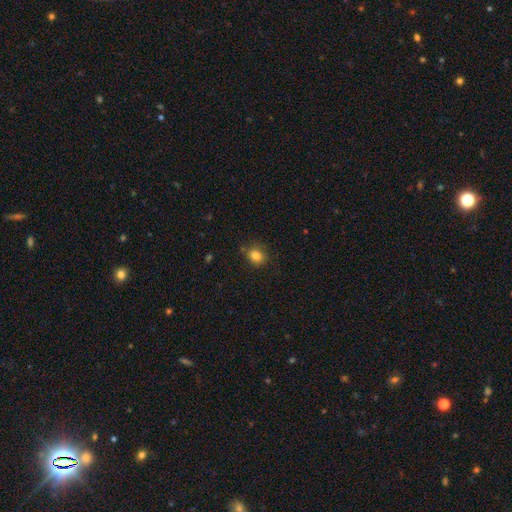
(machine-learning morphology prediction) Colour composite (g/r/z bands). It shows a smooth galaxy with no disk features (83%) that is round (57%). Merging: none (80%).